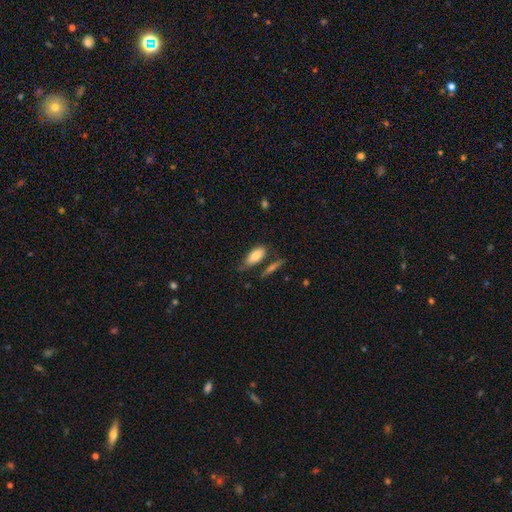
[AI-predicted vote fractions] Smooth or featured?
  - smooth: 80% *
  - featured or disk: 13%
  - star or artifact: 6%
How rounded?
  - in between: 83% *
  - cigar-shaped: 14%
  - round: 3%
Merging?
  - none: 59% *
  - minor disturbance: 23%
  - merger: 11%
  - major disturbance: 7%